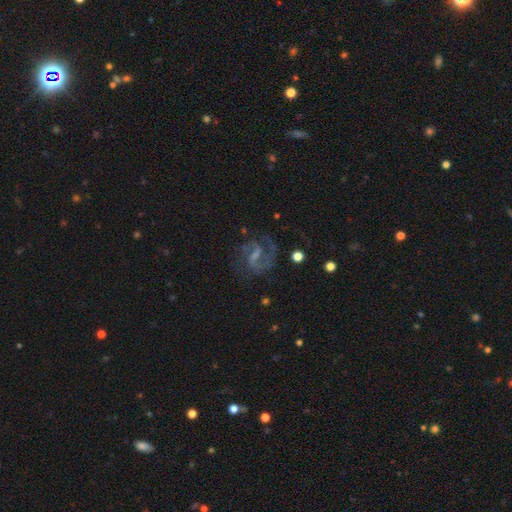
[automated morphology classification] Smooth or featured? featured or disk (84%)
Edge-on disk? no (98%)
Bar? weak (52%)
Spiral arms? yes (96%)
Spiral winding? medium (57%)
Spiral arm count? 2 (85%)
Bulge size? none (43%)
Merging? none (67%)